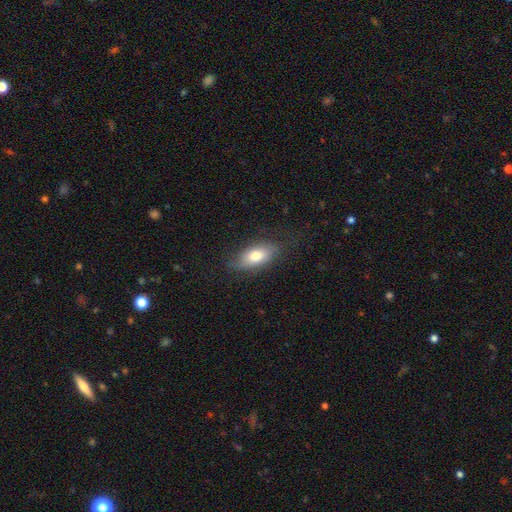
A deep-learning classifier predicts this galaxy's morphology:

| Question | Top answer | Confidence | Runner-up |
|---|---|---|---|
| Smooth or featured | smooth | 73% | featured or disk (19%) |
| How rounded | in between | 86% | cigar-shaped (8%) |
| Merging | none | 74% | minor disturbance (19%) |